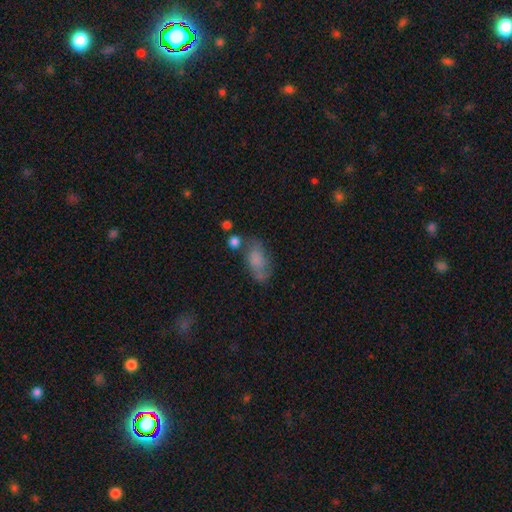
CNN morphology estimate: smooth 62%, featured or disk 25%, star or artifact 13%. Down the decision tree: how rounded — in between (86%); merging — none (56%).